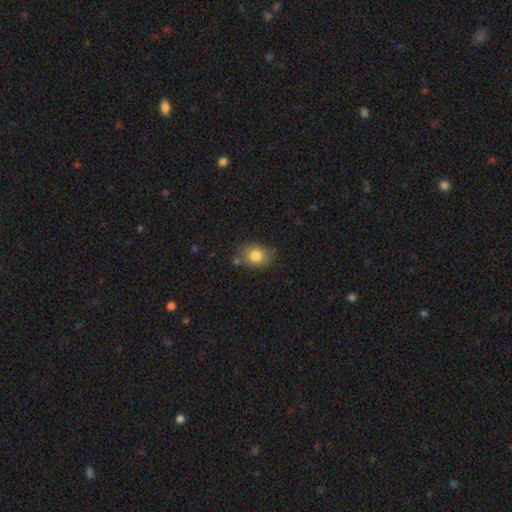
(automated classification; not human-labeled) A smooth galaxy with no disk features (81%) that is in between round and cigar-shaped (50%). Merging: none (73%).